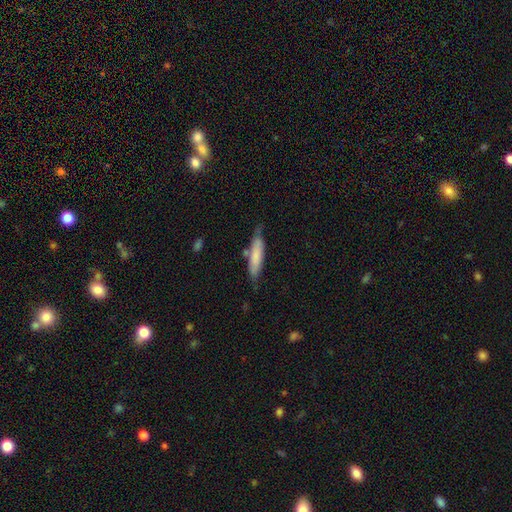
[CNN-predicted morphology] Smooth or featured: smooth — 74% (featured or disk — 20%)
How rounded: cigar-shaped — 75% (in between — 23%)
Merging: none — 65% (minor disturbance — 24%)